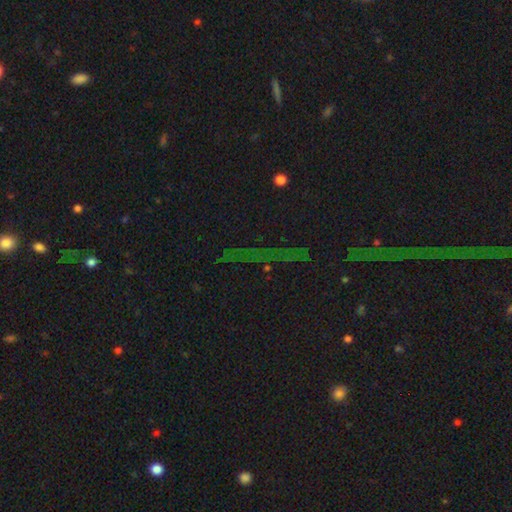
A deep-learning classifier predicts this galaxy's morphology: Q: Smooth or featured?
A: star or artifact (82%); runner-up: smooth (10%)